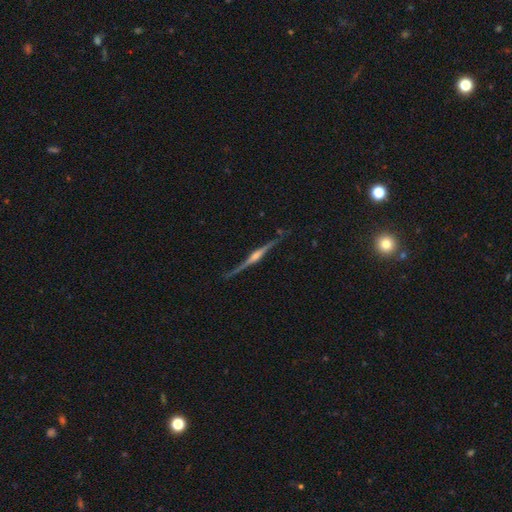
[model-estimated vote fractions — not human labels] Smooth or featured? featured or disk (88%)
Edge-on disk? yes (98%)
Edge-on bulge? rounded (86%)
Merging? none (82%)